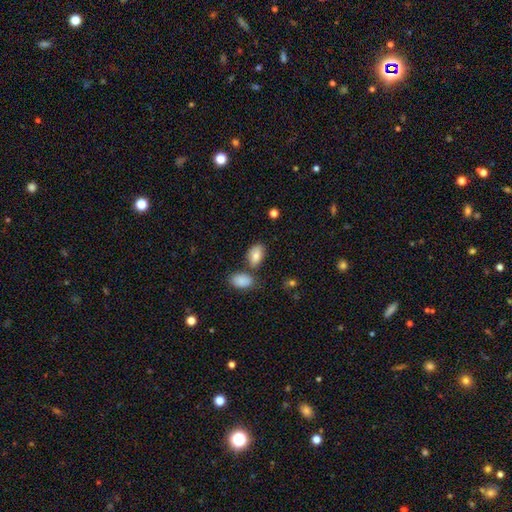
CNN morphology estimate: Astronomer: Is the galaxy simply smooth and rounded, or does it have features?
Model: smooth — 85%.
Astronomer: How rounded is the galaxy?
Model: in between — 92%.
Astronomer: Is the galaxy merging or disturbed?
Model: none — 65%.